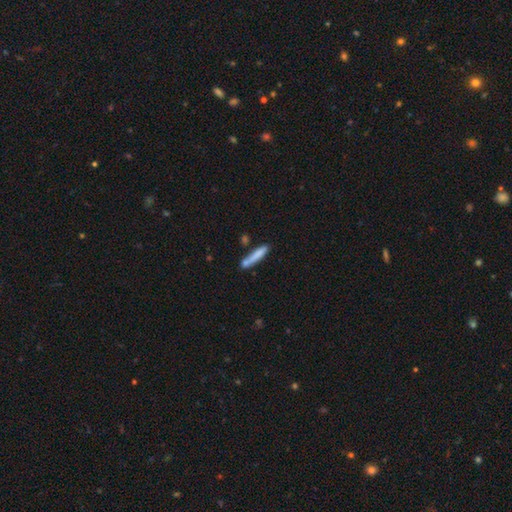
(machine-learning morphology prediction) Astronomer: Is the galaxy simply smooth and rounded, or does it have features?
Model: smooth — 76%.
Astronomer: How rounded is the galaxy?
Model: cigar-shaped — 90%.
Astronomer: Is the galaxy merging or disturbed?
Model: none — 63%.